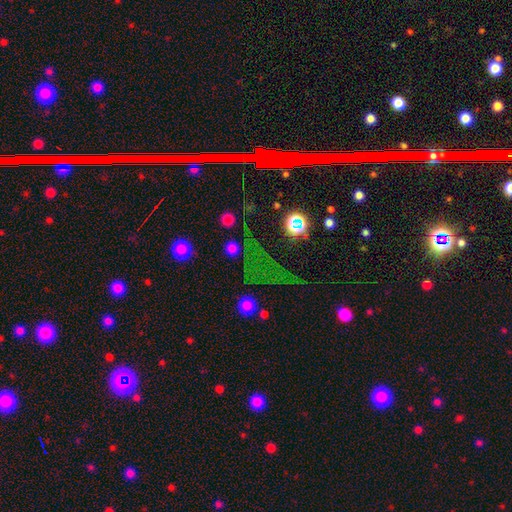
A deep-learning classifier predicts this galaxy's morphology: A star or artifact, not a galaxy (63%).